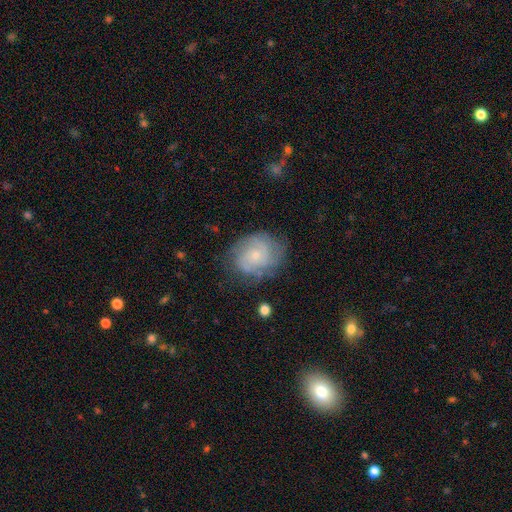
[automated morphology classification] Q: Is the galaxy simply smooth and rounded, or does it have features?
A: featured or disk — 61%.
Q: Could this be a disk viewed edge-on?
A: no — 97%.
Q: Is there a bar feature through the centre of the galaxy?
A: no — 77%.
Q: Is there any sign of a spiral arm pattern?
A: yes — 84%.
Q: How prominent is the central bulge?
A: small — 72%.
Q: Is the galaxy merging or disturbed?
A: none — 69%.